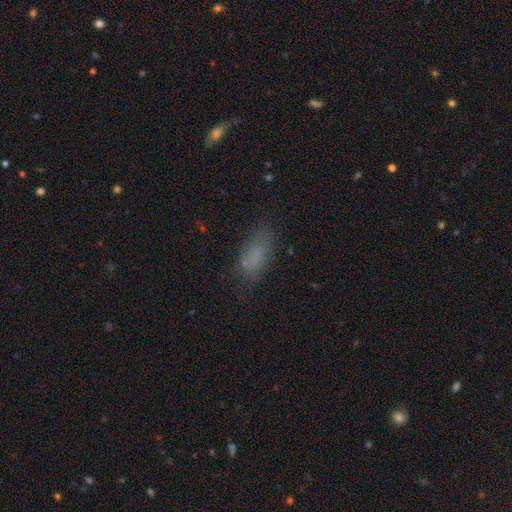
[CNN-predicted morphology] Smooth or featured: smooth — 75% (star or artifact — 13%)
How rounded: in between — 84% (cigar-shaped — 12%)
Merging: none — 68% (minor disturbance — 20%)